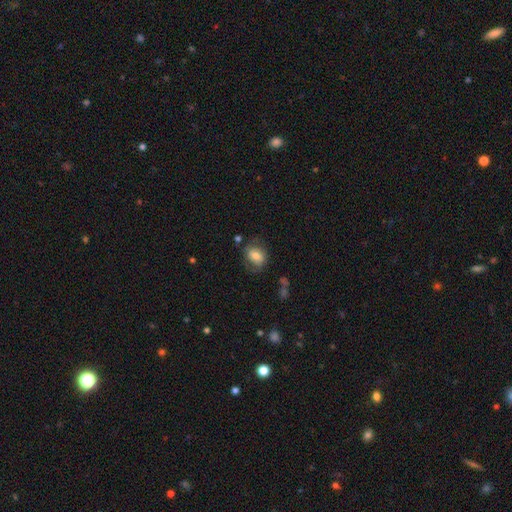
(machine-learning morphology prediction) A smooth galaxy with no disk features (63%) that is in between round and cigar-shaped (60%). Merging: none (63%).